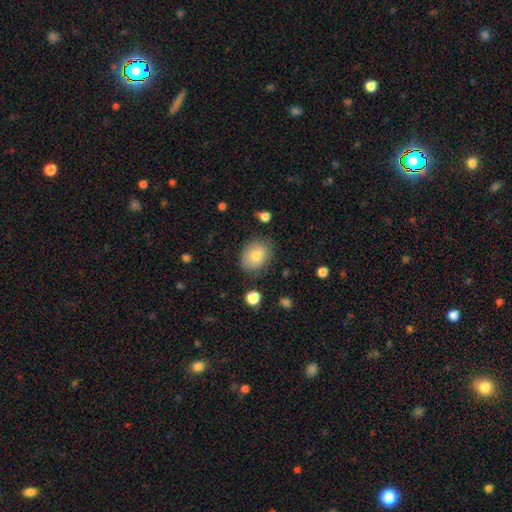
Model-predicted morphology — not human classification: The model was most divided on "how rounded": in between: 53%, round: 46%, cigar-shaped: 1%. More confident: merging — none (75%); smooth or featured — smooth (75%).